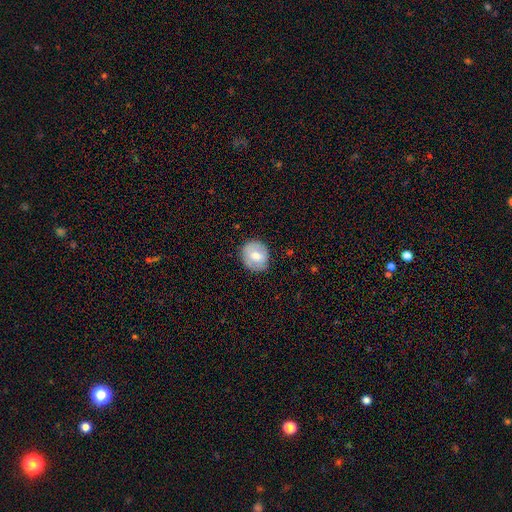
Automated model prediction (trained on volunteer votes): This is likely a smooth galaxy (64%). How rounded: clearly round (82%). Merging: clearly none (82%).